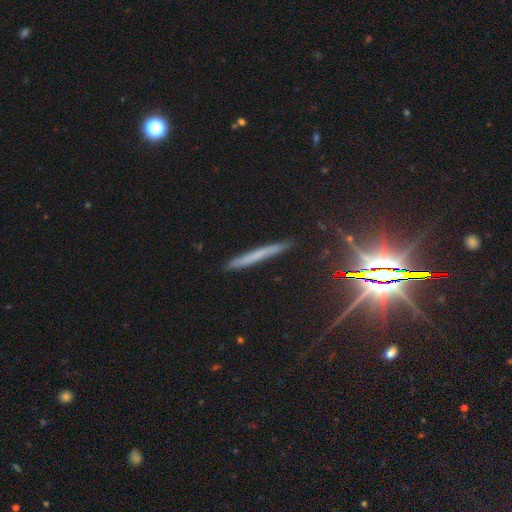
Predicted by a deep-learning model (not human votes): Smooth or featured?
  - featured or disk: 40% *
  - smooth: 30%
  - star or artifact: 30%
Merging?
  - none: 84% *
  - minor disturbance: 11%
  - major disturbance: 3%
  - merger: 2%